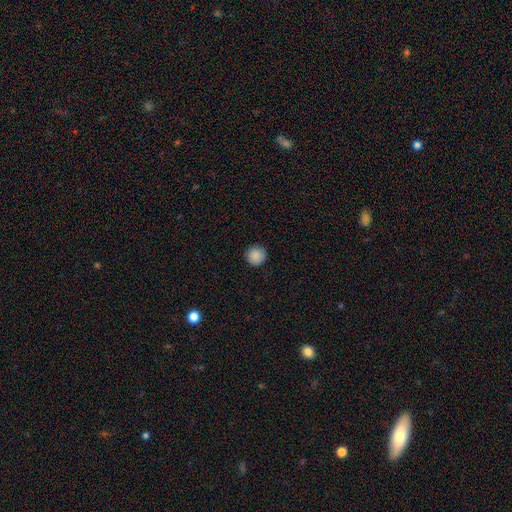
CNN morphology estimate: This appears to be a smooth galaxy with no disk features (89%) that is round (95%). Merging: none (92%).